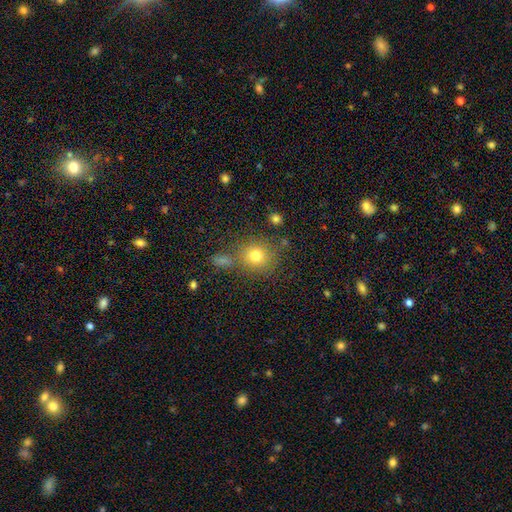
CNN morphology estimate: smooth_or_featured: smooth (p=0.77) [alt: star or artifact p=0.14]
how_rounded: round (p=0.85) [alt: in between p=0.14]
merging: none (p=0.73) [alt: minor disturbance p=0.11]